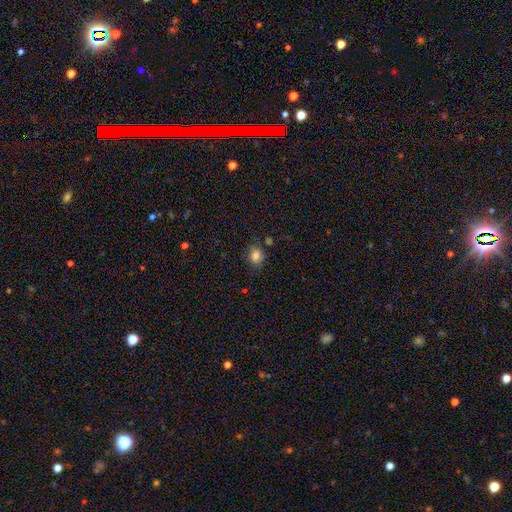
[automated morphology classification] type=smooth (83%); roundness=round (63%); merging=none (77%).